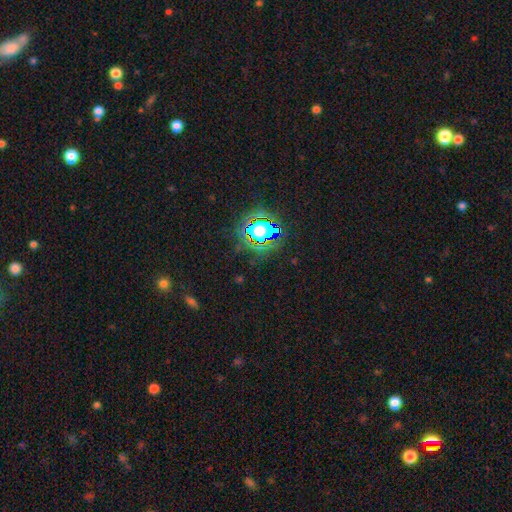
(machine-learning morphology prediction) This appears to be a star or artifact, not a galaxy (82%).